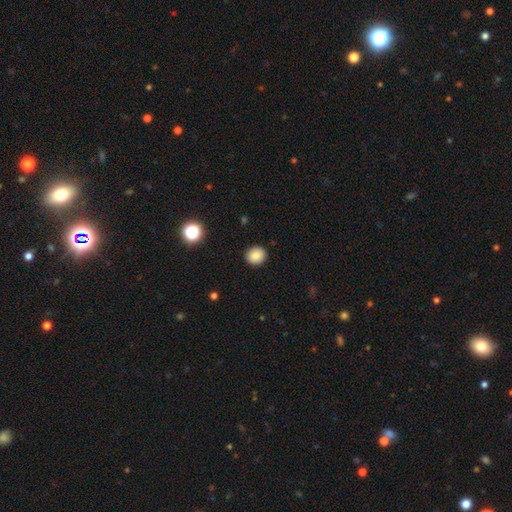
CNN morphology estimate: smooth_or_featured: smooth (p=0.84) [alt: star or artifact p=0.10]
how_rounded: round (p=0.85) [alt: in between p=0.14]
merging: none (p=0.91) [alt: minor disturbance p=0.06]